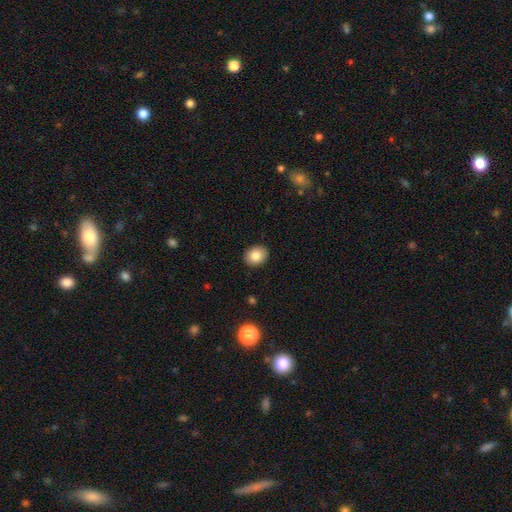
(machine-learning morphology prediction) smooth 84%, star or artifact 9%, featured or disk 7%. Down the decision tree: how rounded — round (53%); merging — none (91%).